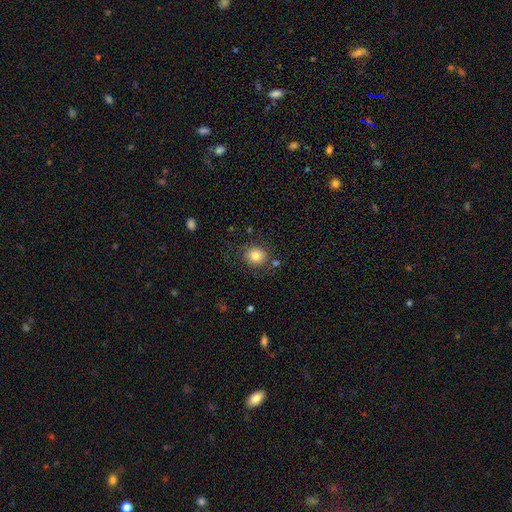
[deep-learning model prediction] smooth 81%, star or artifact 10%, featured or disk 8%. Down the decision tree: how rounded — round (76%); merging — none (78%).